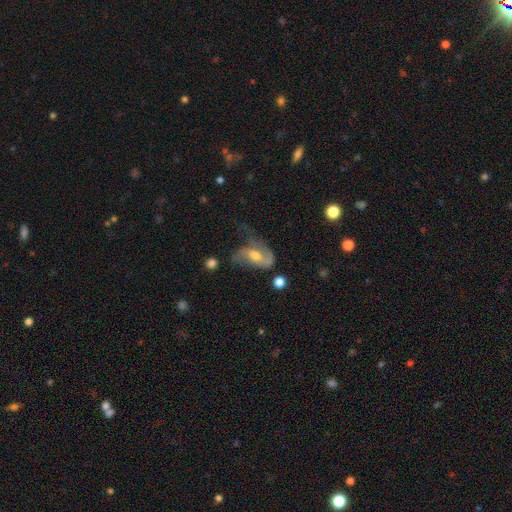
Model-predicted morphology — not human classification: A featured or disk galaxy (67%) with no bar (47%), 2 (64%) loose (53%) spiral arms (82%) and a moderate central bulge (64%).

Vote fractions:
- Smooth or featured? featured or disk: 67% / smooth: 25% / star or artifact: 8%
- Edge-on disk? no: 94% / yes: 6%
- Bar? no: 47% / weak: 39% / strong: 14%
- Spiral arms? yes: 82% / no: 18%
- Spiral winding? loose: 53% / medium: 34% / tight: 13%
- Spiral arm count? 2: 64% / 1: 18% / can't tell: 13% / 3: 3% / 4: 1% / more than 4: 1%
- Bulge size? moderate: 64% / small: 26% / large: 6% / none: 3% / dominant: 1%
- Merging? major disturbance: 36% / none: 33% / minor disturbance: 26% / merger: 4%